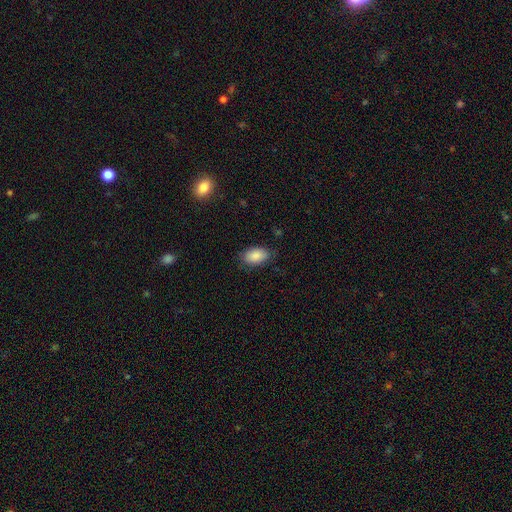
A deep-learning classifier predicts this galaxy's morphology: Smooth or featured: smooth — 88% (star or artifact — 7%)
How rounded: in between — 91% (round — 7%)
Merging: none — 79% (minor disturbance — 17%)